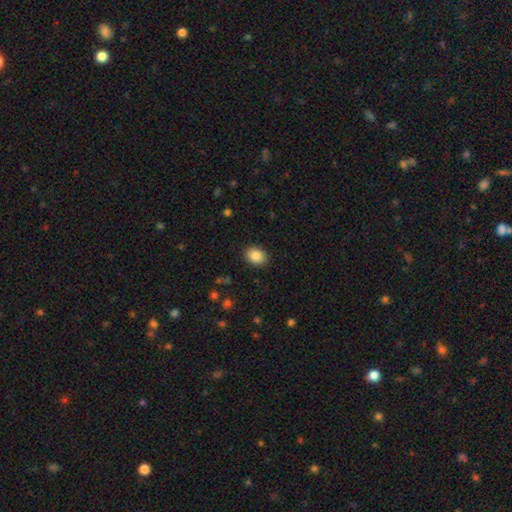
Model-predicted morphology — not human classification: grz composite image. It shows a smooth galaxy with no disk features (86%) that is in between round and cigar-shaped (61%). Merging: none (89%).